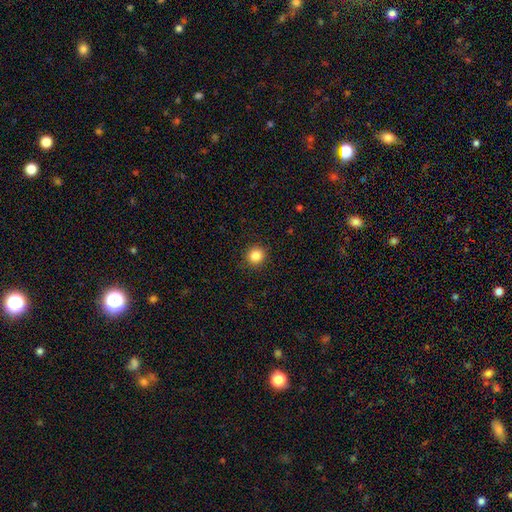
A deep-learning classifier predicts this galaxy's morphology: Q: Smooth or featured?
A: smooth (85%); runner-up: star or artifact (11%)
Q: How rounded?
A: round (92%); runner-up: in between (7%)
Q: Merging?
A: none (92%); runner-up: minor disturbance (5%)